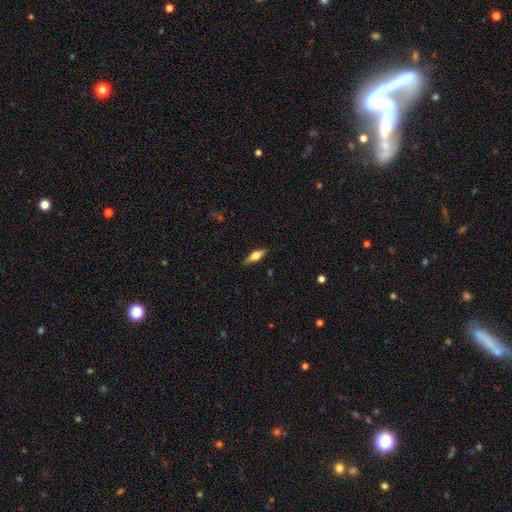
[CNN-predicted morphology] This appears to be a smooth galaxy with no disk features (53%) that is in between round and cigar-shaped (55%). Merging: none (87%).